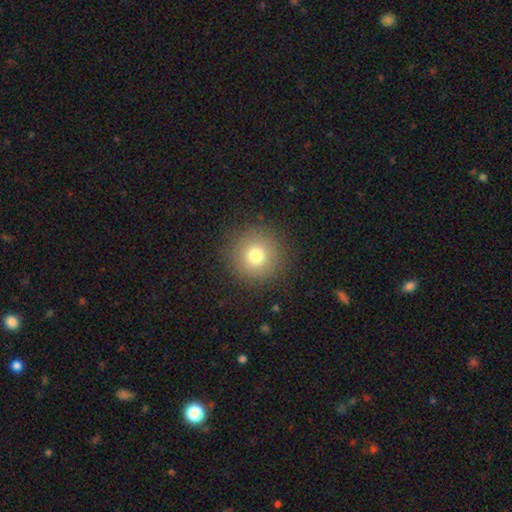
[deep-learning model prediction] Smooth or featured? smooth (75%)
How rounded? round (96%)
Merging? none (90%)